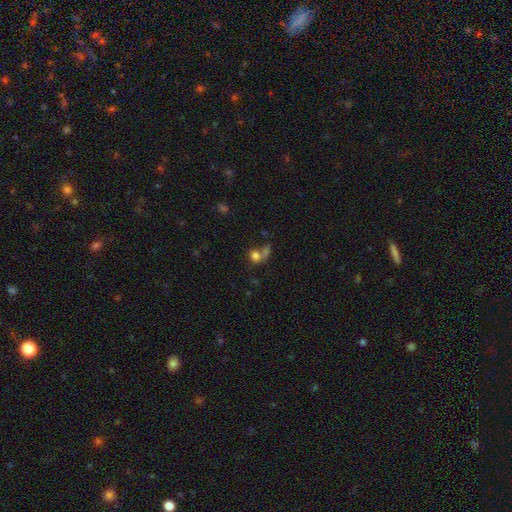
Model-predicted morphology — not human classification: Smooth or featured? Predicted: smooth (p=0.75). How rounded? Predicted: round (p=0.68). Merging? Predicted: merger (p=0.45).